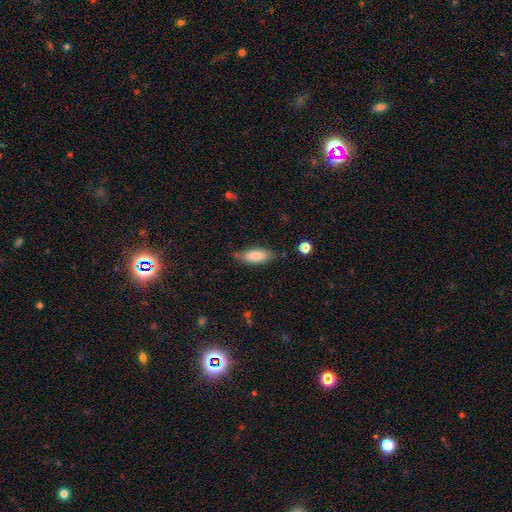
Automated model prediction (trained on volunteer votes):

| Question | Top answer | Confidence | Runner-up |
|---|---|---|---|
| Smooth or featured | smooth | 84% | featured or disk (10%) |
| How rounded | in between | 75% | cigar-shaped (23%) |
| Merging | none | 68% | minor disturbance (25%) |